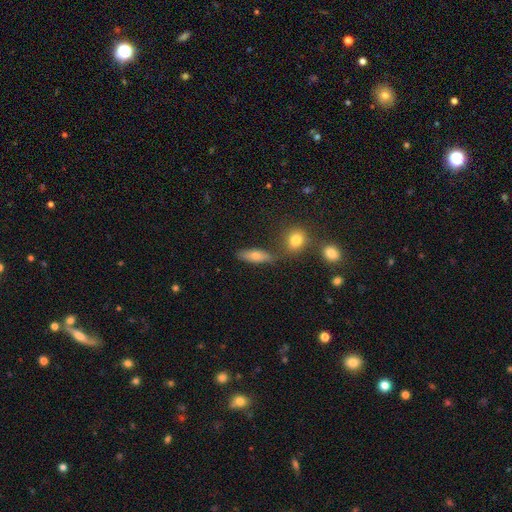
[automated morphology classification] A smooth galaxy with no disk features (69%) that is in between round and cigar-shaped (59%). Merging: none (69%).